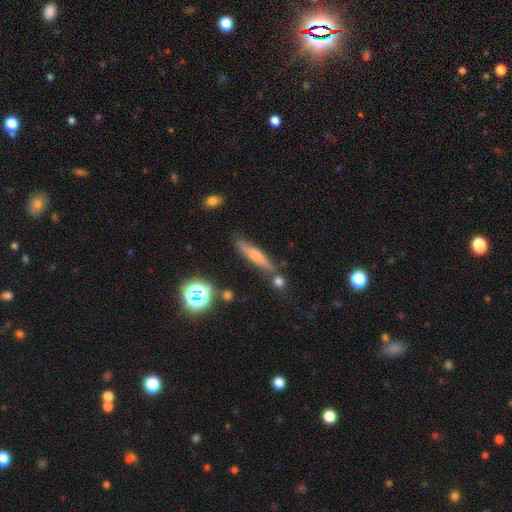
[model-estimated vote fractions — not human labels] Q: Smooth or featured?
A: smooth (57%); runner-up: featured or disk (29%)
Q: How rounded?
A: cigar-shaped (84%); runner-up: in between (12%)
Q: Merging?
A: none (71%); runner-up: minor disturbance (15%)